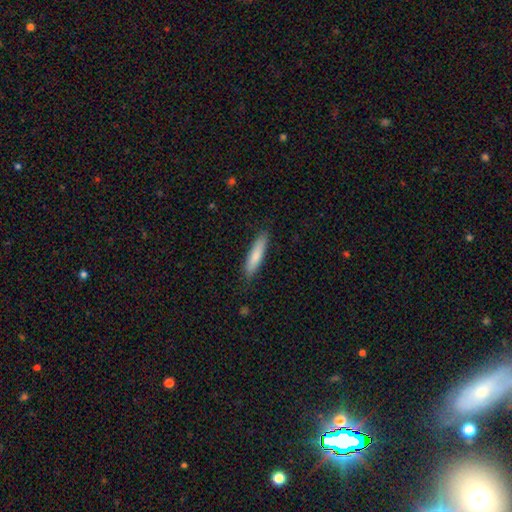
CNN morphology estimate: Overall: smooth (80%). How rounded: cigar-shaped (83%). Merging: none (87%).